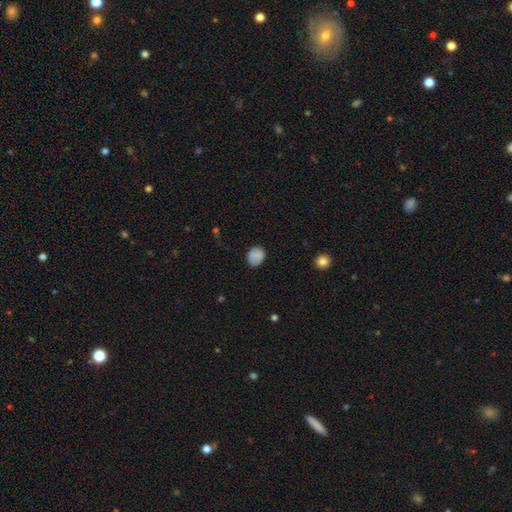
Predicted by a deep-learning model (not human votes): Overall: smooth (82%). How rounded: round (58%; in between 41%). Merging: none (78%).